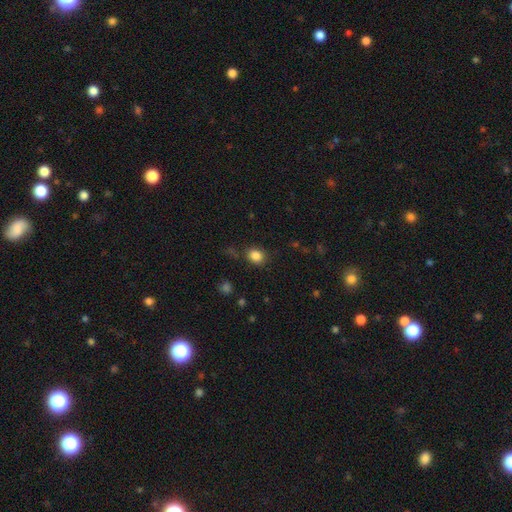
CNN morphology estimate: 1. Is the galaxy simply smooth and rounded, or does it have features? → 85% smooth, 11% star or artifact, 5% featured or disk.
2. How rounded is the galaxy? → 67% round, 32% in between, 1% cigar-shaped.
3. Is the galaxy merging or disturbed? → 83% none, 11% minor disturbance, 4% major disturbance, 2% merger.